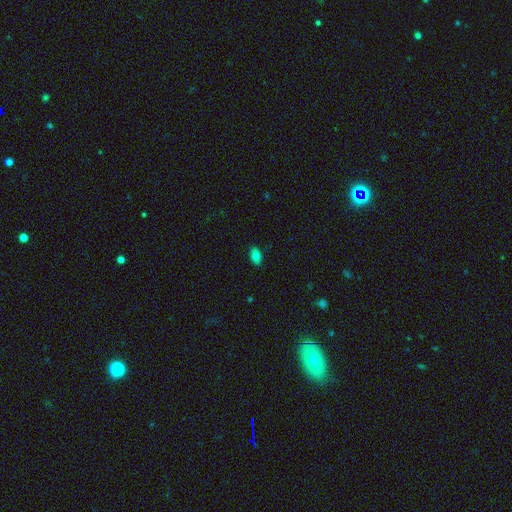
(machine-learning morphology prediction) smooth-or-featured: smooth: 82% | star or artifact: 10% | featured or disk: 8%
  how-rounded: in between: 89% | round: 9% | cigar-shaped: 2%
  merging: none: 86% | minor disturbance: 11% | major disturbance: 2% | merger: 1%